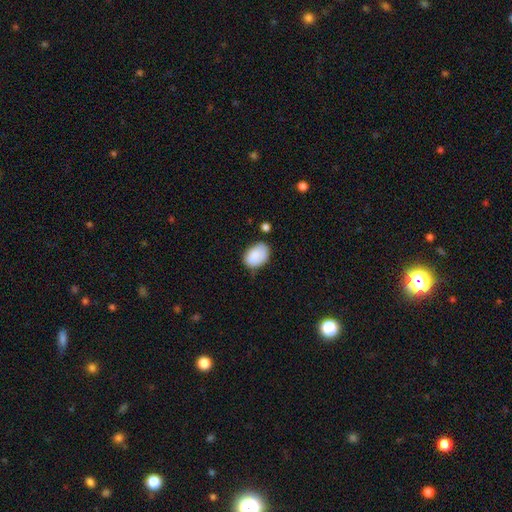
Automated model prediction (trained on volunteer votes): Q: Smooth or featured?
A: smooth (86%); runner-up: featured or disk (7%)
Q: How rounded?
A: in between (83%); runner-up: round (16%)
Q: Merging?
A: none (60%); runner-up: minor disturbance (29%)